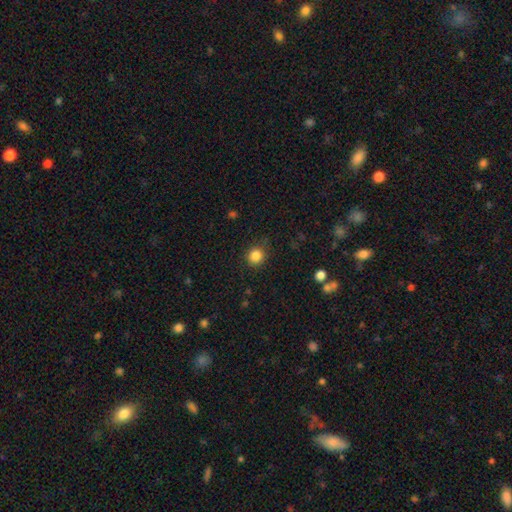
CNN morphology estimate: Overall: smooth (85%). How rounded: round (87%). Merging: none (85%).